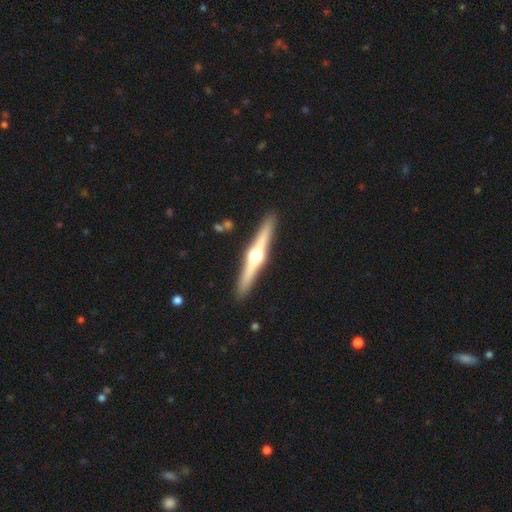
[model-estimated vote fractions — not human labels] Smooth or featured? featured or disk (76%)
Edge-on disk? yes (98%)
Edge-on bulge? rounded (96%)
Merging? none (90%)